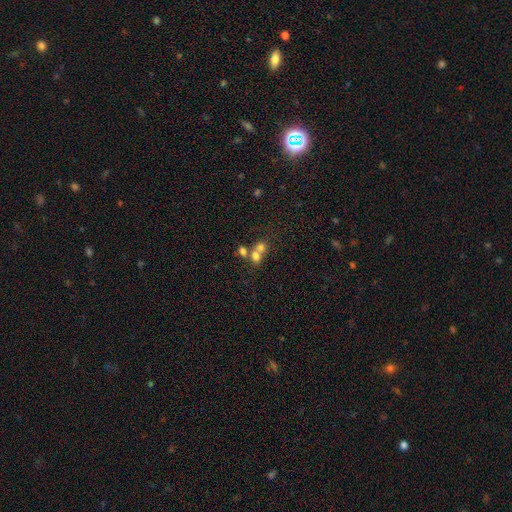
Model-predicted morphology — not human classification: This is likely a smooth galaxy (69%). How rounded: likely round (66%). Merging: likely merger (64%).